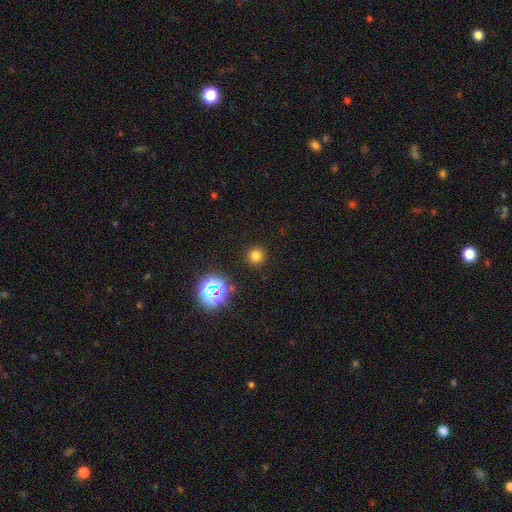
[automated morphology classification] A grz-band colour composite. It shows a smooth galaxy with no disk features (74%) that is round (93%). Merging: none (90%).